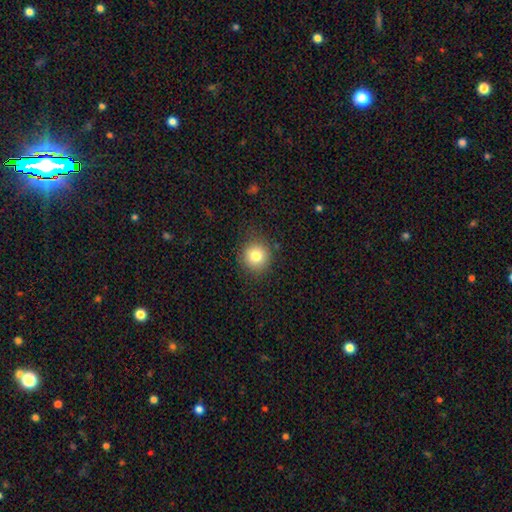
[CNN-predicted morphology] Smooth or featured?
  - smooth: 80% *
  - star or artifact: 11%
  - featured or disk: 9%
How rounded?
  - round: 92% *
  - in between: 7%
  - cigar-shaped: 1%
Merging?
  - none: 86% *
  - minor disturbance: 10%
  - major disturbance: 3%
  - merger: 1%